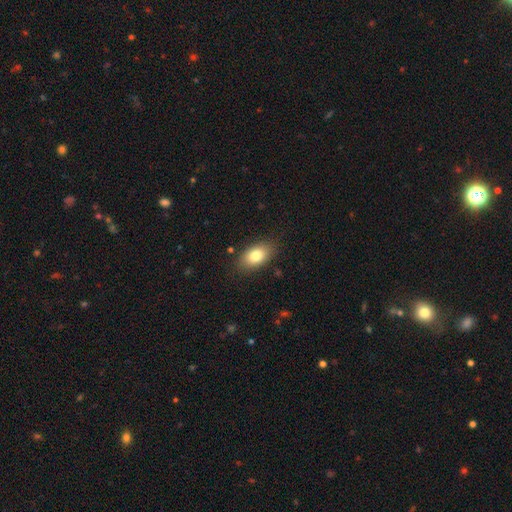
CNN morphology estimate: This is clearly a smooth galaxy (81%). How rounded: clearly in between (90%). Merging: clearly none (84%).